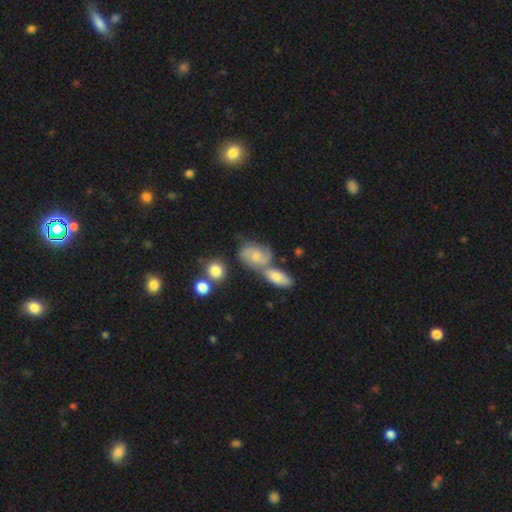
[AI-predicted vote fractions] Smooth or featured: featured or disk — 49% (smooth — 42%)
Merging: merger — 43% (none — 33%)